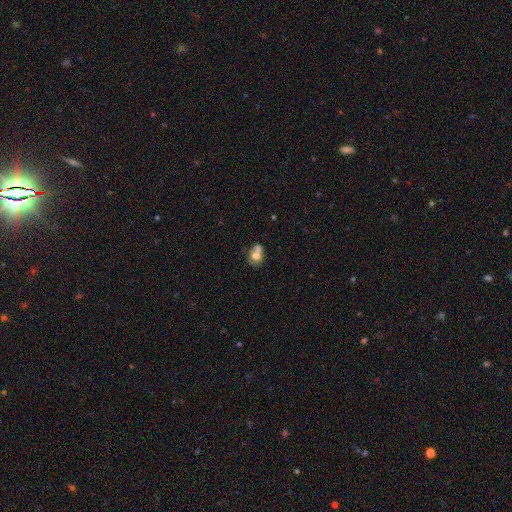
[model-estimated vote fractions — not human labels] smooth_or_featured: smooth (p=0.66) [alt: featured or disk p=0.23]
how_rounded: round (p=0.50) [alt: in between p=0.49]
merging: merger (p=0.48) [alt: none p=0.29]